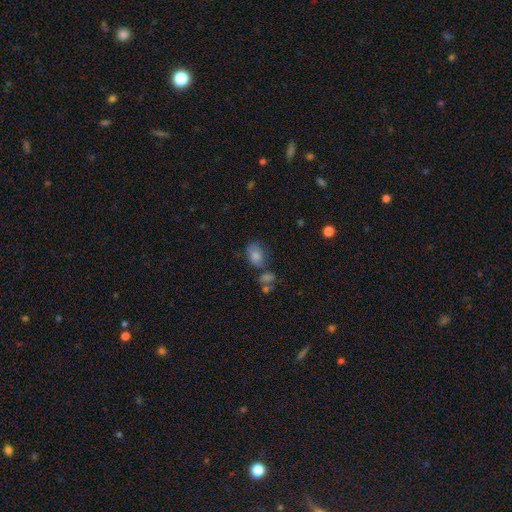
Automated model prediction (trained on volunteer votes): Smooth or featured? smooth (72%)
How rounded? in between (67%)
Merging? none (51%)